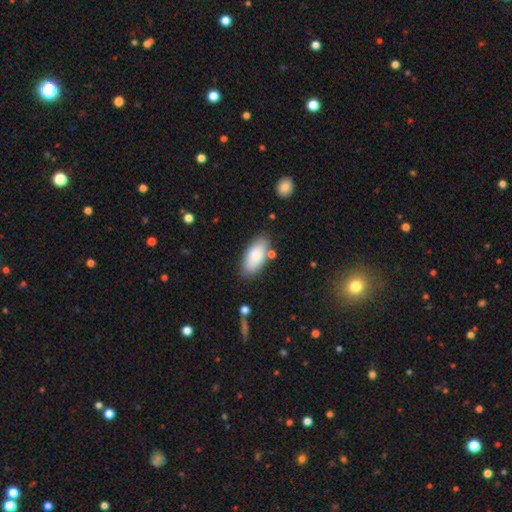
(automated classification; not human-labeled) This is clearly a smooth galaxy (84%). How rounded: clearly in between (90%). Merging: likely none (76%).